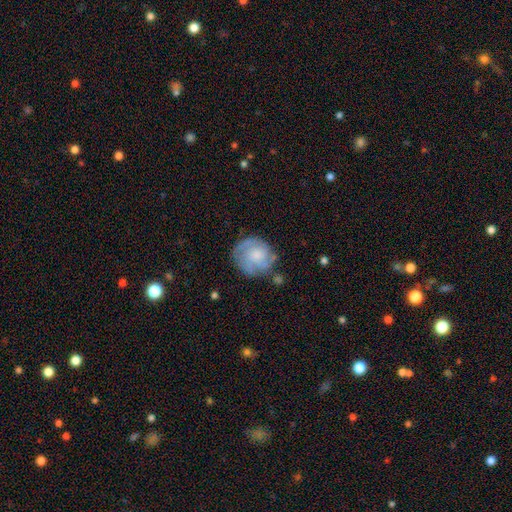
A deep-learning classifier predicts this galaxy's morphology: This appears to be a featured or disk galaxy (62%) with no bar (78%), tight (56%) spiral arms (84%) and a moderate central bulge (35%, tied with small). Merging: none (69%).